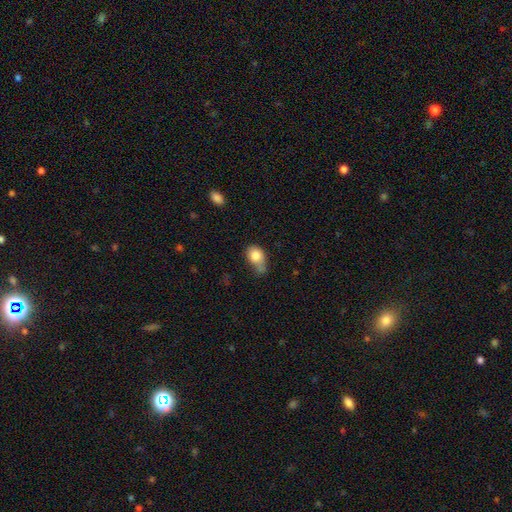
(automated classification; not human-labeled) smooth 82%, featured or disk 10%, star or artifact 9%. Down the decision tree: how rounded — in between (62%); merging — none (37%).